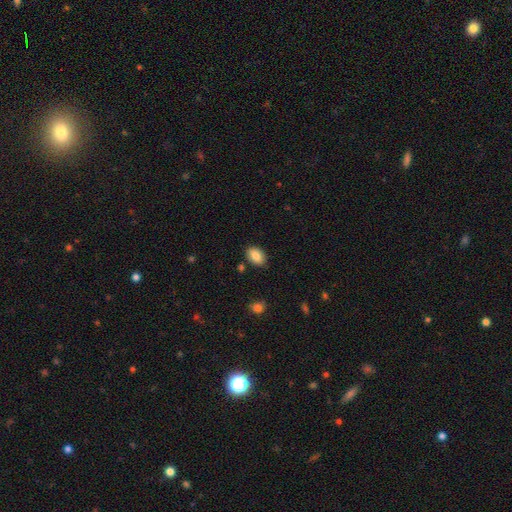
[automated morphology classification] smooth-or-featured: smooth: 84% | featured or disk: 8% | star or artifact: 8%
  how-rounded: in between: 87% | round: 12% | cigar-shaped: 1%
  merging: none: 83% | minor disturbance: 12% | merger: 3% | major disturbance: 3%